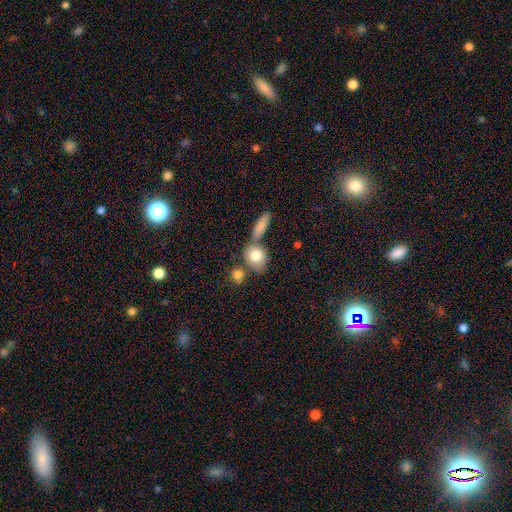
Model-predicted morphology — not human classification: This is likely a smooth galaxy (79%). How rounded: possibly in between (52%). Merging: possibly none (53%).